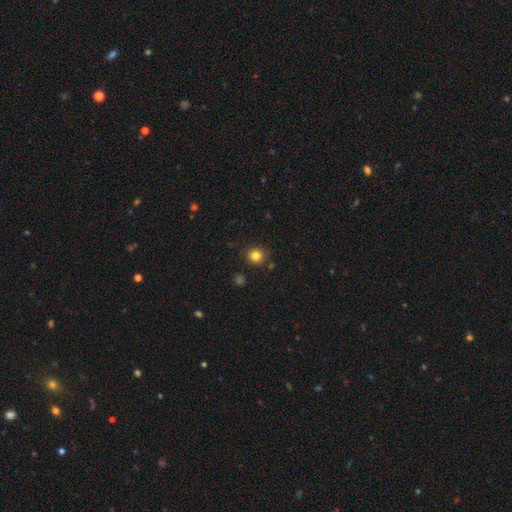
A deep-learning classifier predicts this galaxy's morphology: Overall: smooth (81%). How rounded: round (90%). Merging: none (86%).